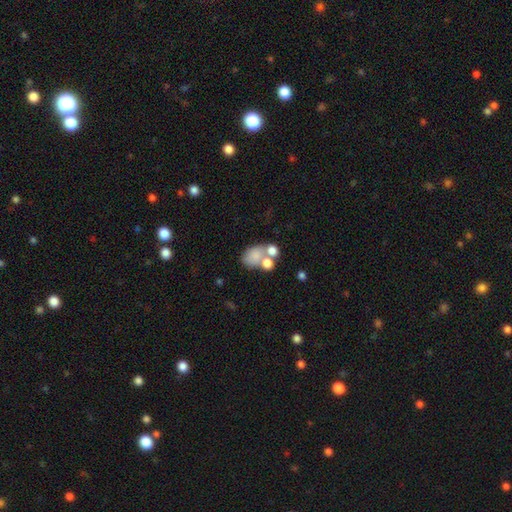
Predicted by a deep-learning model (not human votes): This appears to be a smooth galaxy with no disk features (70%) that is in between round and cigar-shaped (71%). Merging: merger (52%).